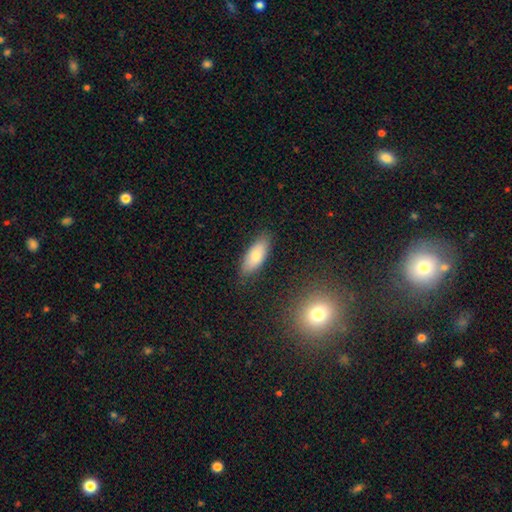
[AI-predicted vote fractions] Smooth or featured? smooth (75%)
How rounded? in between (80%)
Merging? none (83%)